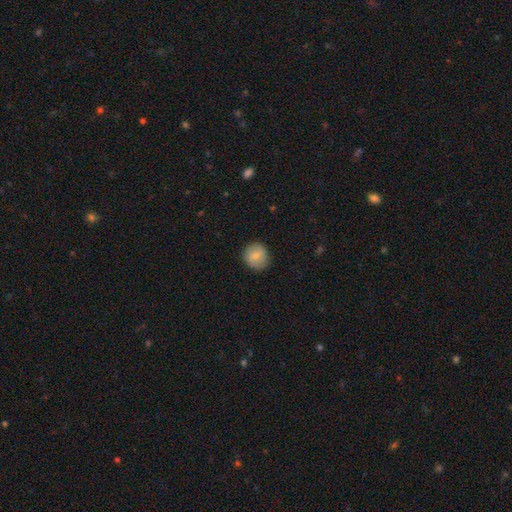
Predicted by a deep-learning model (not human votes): Q: Smooth or featured?
A: smooth (78%); runner-up: featured or disk (15%)
Q: How rounded?
A: round (88%); runner-up: in between (11%)
Q: Merging?
A: none (85%); runner-up: minor disturbance (11%)